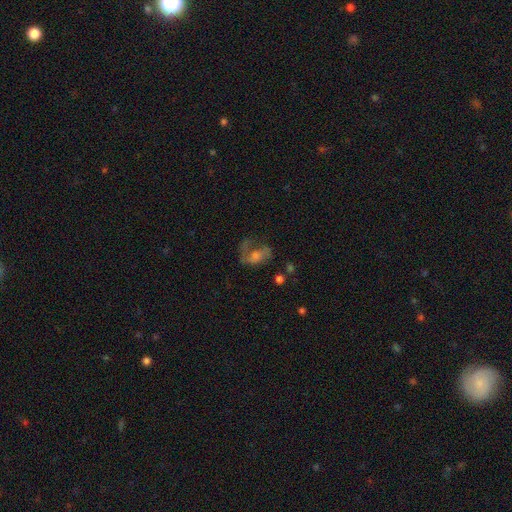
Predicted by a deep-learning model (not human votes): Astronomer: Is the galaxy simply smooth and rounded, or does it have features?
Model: featured or disk — 51% (runner-up: smooth, 35%).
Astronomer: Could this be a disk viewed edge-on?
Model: no — 96%.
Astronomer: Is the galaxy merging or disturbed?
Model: major disturbance — 42% (runner-up: none, 33%).